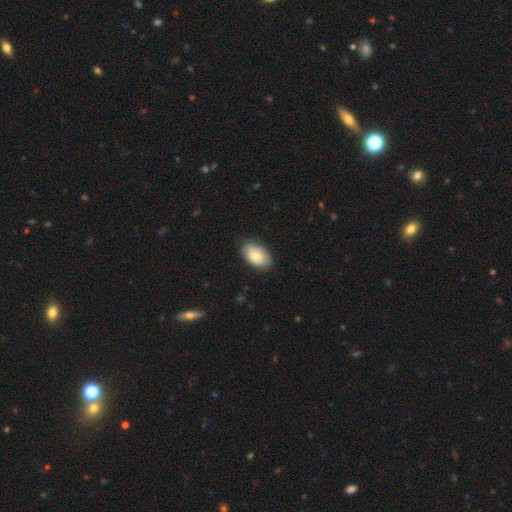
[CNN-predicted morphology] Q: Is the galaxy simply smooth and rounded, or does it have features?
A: smooth — 67%.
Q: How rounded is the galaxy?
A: in between — 91%.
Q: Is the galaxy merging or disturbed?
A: none — 80%.